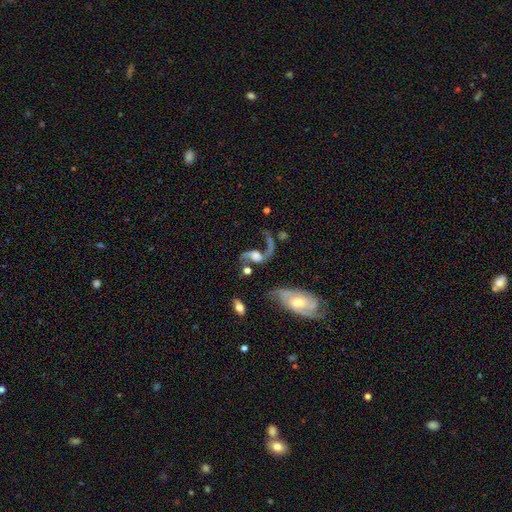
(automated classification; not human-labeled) A featured or disk galaxy (82%) with no bar (53%), 2 (87%) loose (85%) spiral arms (94%) and a moderate central bulge (37%). Merging: none (43%).